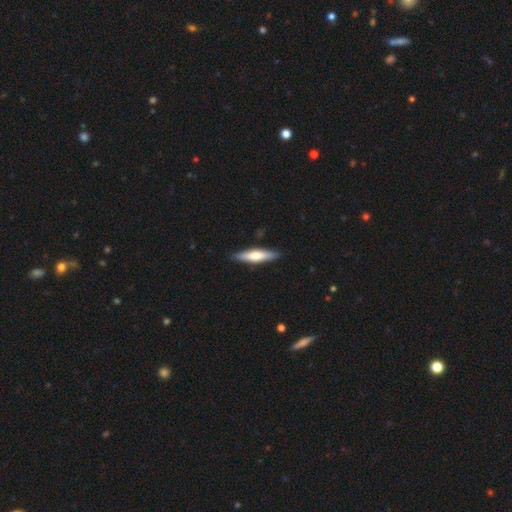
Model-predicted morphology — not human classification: Smooth or featured: smooth — 53% (featured or disk — 42%)
How rounded: cigar-shaped — 78% (in between — 21%)
Merging: none — 89% (minor disturbance — 8%)